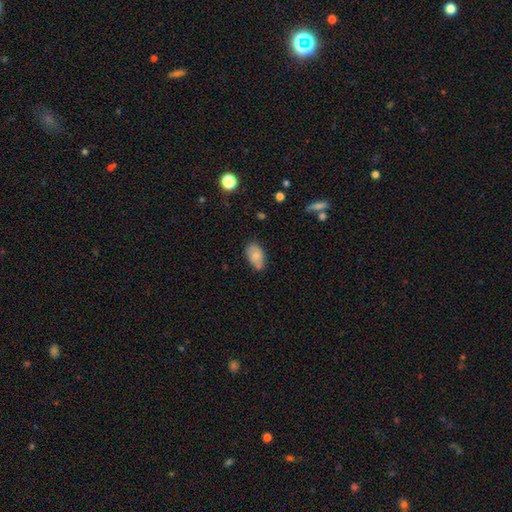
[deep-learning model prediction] Overall: smooth (77%). How rounded: in between (93%). Merging: none (62%; minor disturbance 26%).